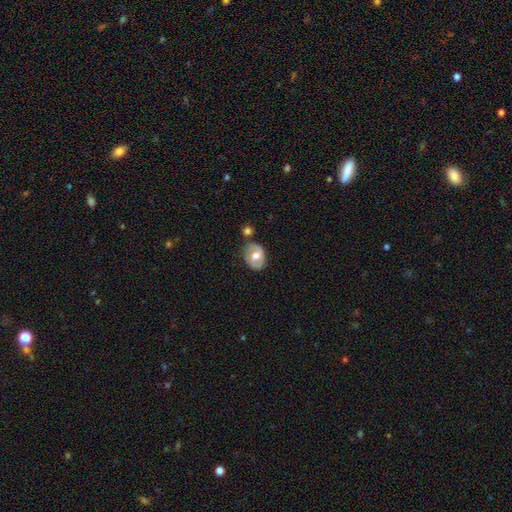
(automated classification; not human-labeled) Smooth or featured: smooth — 54% (featured or disk — 39%)
How rounded: in between — 63% (round — 36%)
Merging: none — 69% (minor disturbance — 16%)